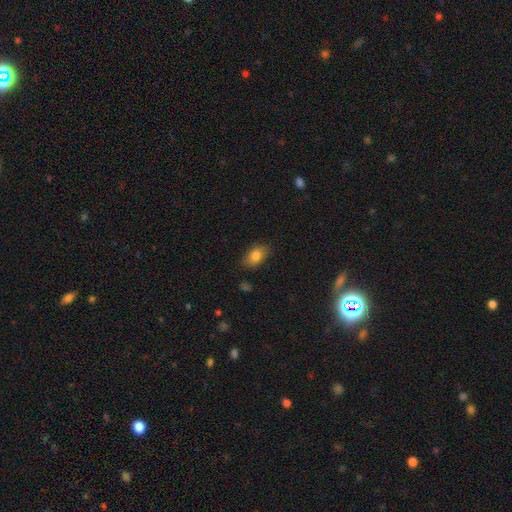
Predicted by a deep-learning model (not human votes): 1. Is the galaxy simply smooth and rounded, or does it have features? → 82% smooth, 10% featured or disk, 8% star or artifact.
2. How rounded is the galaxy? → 88% in between, 9% round, 3% cigar-shaped.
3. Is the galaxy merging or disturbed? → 81% none, 15% minor disturbance, 3% major disturbance, 1% merger.